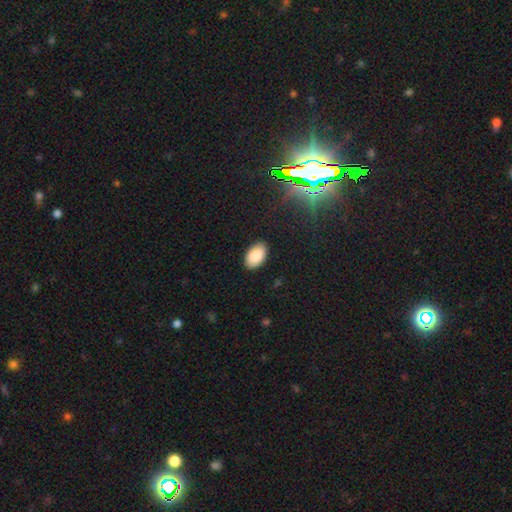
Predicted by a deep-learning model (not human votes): smooth 89%, star or artifact 7%, featured or disk 4%. Down the decision tree: how rounded — in between (93%); merging — none (88%).